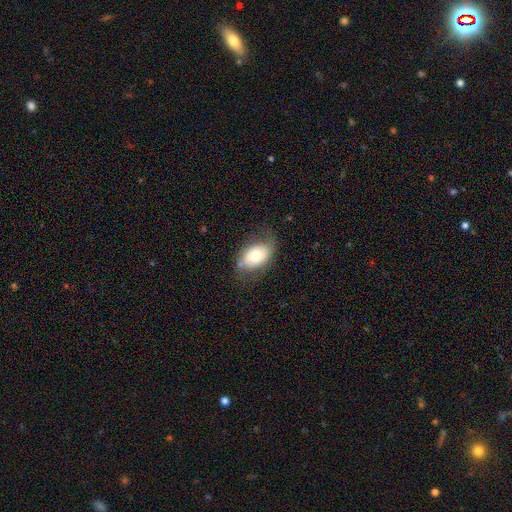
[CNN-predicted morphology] smooth 64%, featured or disk 28%, star or artifact 8%. Down the decision tree: how rounded — in between (85%); merging — none (62%).